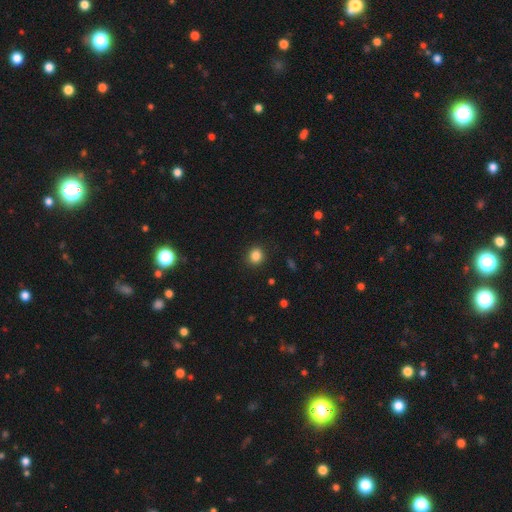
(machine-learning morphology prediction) This appears to be a smooth galaxy with no disk features (86%) that is round (84%). Merging: none (90%).